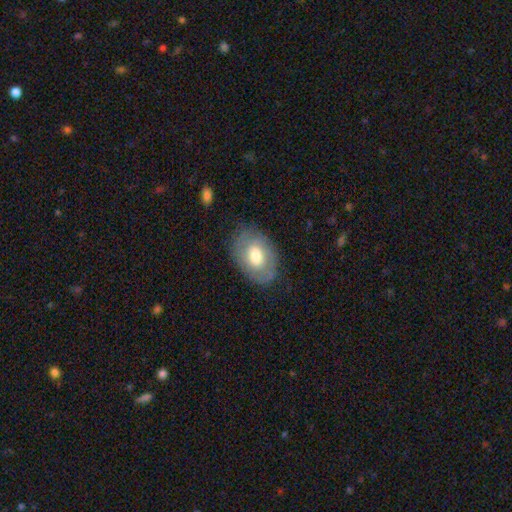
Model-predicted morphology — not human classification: Smooth or featured?
  - smooth: 53% *
  - featured or disk: 41%
  - star or artifact: 7%
How rounded?
  - in between: 82% *
  - round: 17%
  - cigar-shaped: 1%
Merging?
  - none: 75% *
  - minor disturbance: 18%
  - major disturbance: 6%
  - merger: 1%